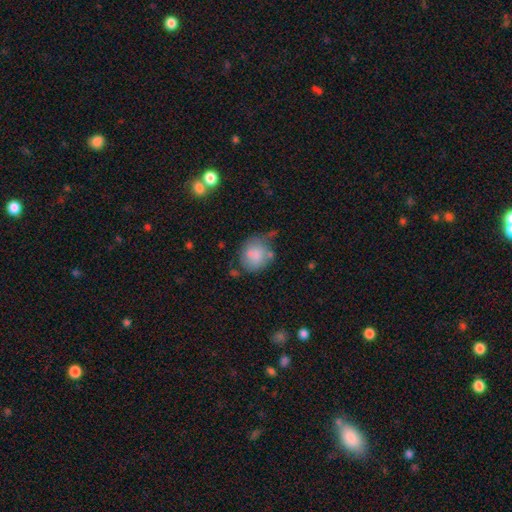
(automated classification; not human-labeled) Overall: smooth (75%). How rounded: round (74%). Merging: none (44%; minor disturbance 28%).